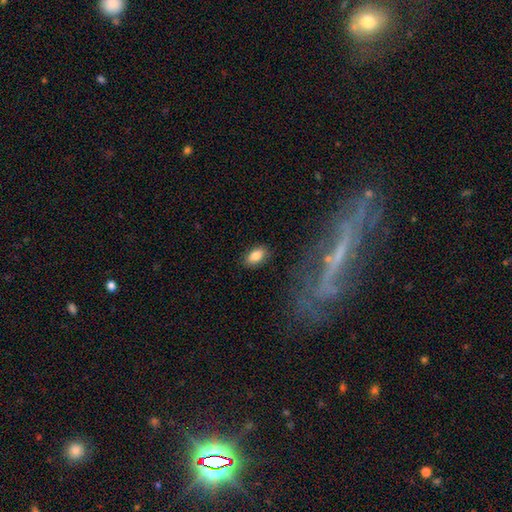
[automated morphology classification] The model was most divided on "smooth or featured": smooth: 83%, featured or disk: 9%, star or artifact: 8%. More confident: how rounded — in between (92%); merging — none (86%).